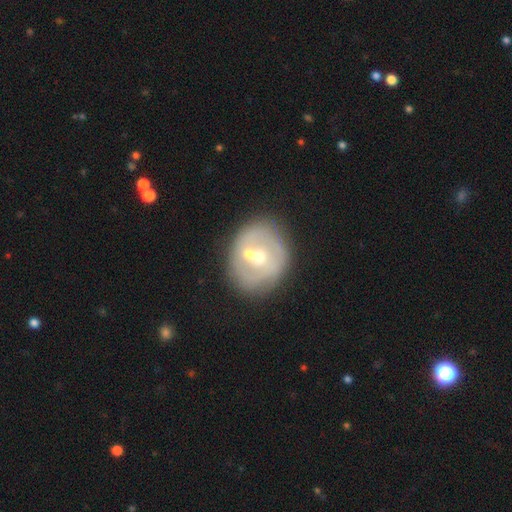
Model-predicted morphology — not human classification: A featured or disk galaxy (55%) with no bar (83%), no spiral arms (80%) and a moderate central bulge (53%). Merging: none (50%).